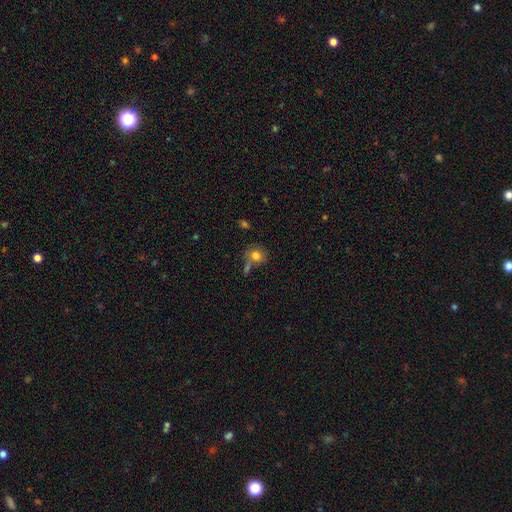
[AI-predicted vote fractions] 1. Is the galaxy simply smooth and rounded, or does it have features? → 79% smooth, 12% featured or disk, 10% star or artifact.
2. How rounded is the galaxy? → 74% round, 25% in between, 1% cigar-shaped.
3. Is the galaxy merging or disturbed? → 58% none, 19% merger, 17% minor disturbance, 6% major disturbance.